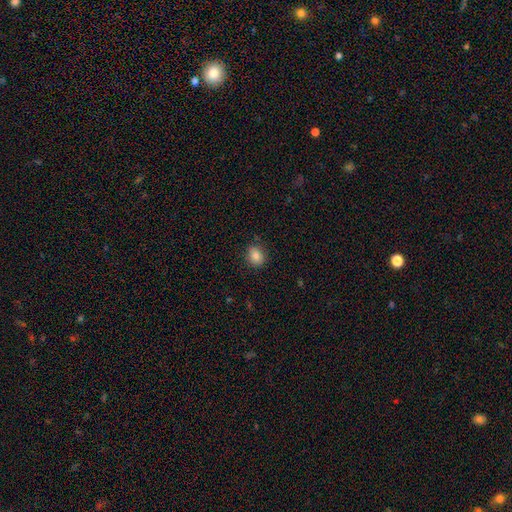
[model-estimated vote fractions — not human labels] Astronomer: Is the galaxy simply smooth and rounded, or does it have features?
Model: smooth — 84%.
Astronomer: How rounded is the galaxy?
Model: round — 53% (runner-up: in between, 45%).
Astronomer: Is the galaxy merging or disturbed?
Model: none — 84%.